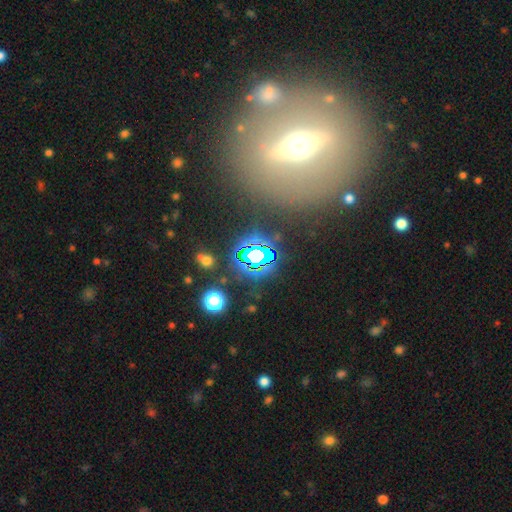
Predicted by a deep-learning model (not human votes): The model was most divided on "smooth or featured": star or artifact: 66%, smooth: 20%, featured or disk: 14%.